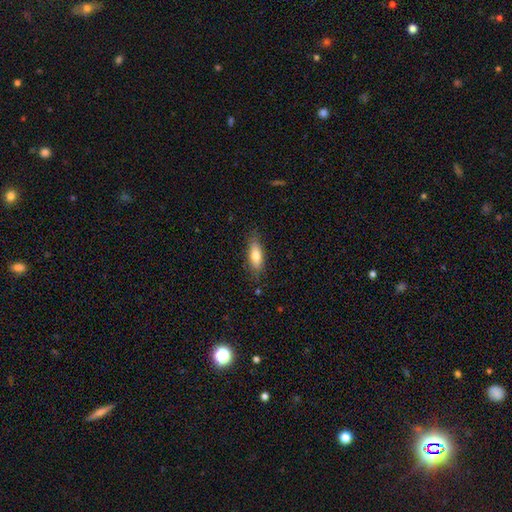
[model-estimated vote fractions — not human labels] Smooth or featured? smooth (74%)
How rounded? in between (66%)
Merging? none (79%)